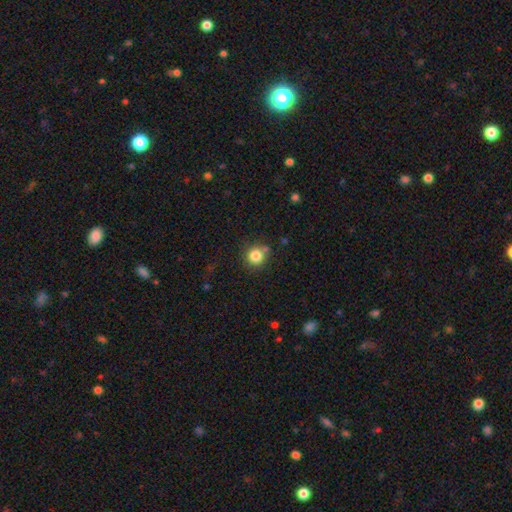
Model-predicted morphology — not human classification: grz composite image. It shows a smooth galaxy with no disk features (83%) that is round (92%). Merging: none (76%).